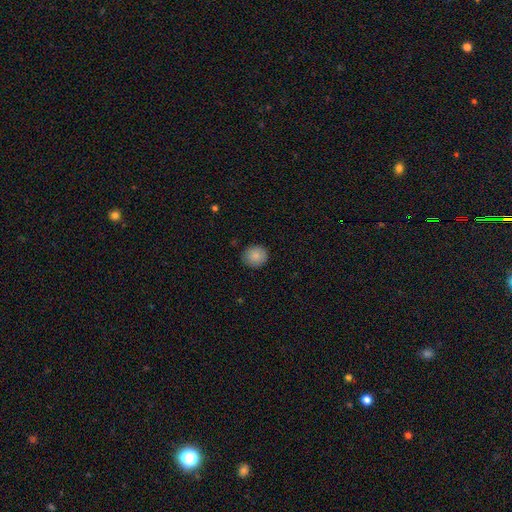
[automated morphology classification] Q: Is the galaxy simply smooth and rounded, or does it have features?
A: smooth — 87%.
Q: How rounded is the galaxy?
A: round — 84%.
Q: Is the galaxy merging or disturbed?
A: none — 89%.